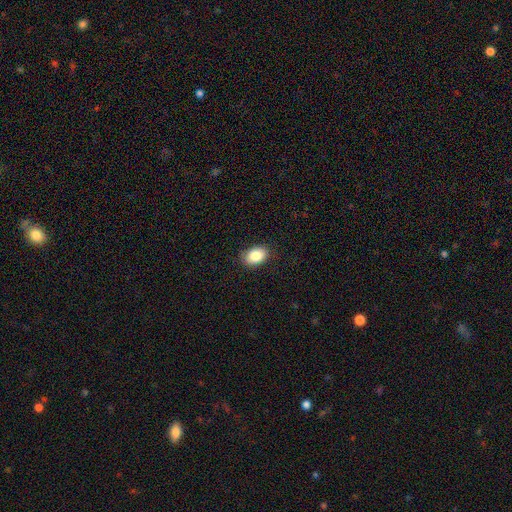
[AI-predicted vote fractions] A smooth galaxy with no disk features (86%) that is in between round and cigar-shaped (84%). Merging: none (86%).